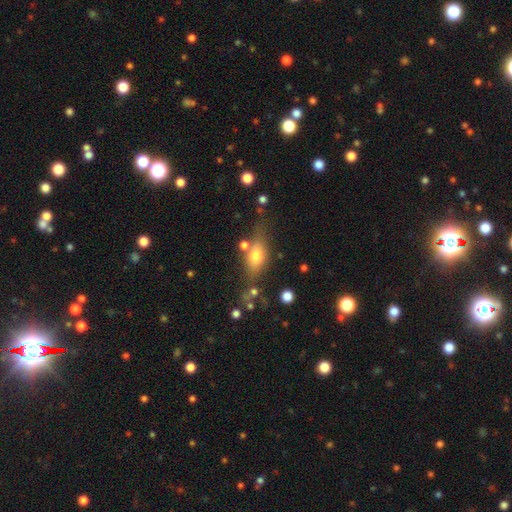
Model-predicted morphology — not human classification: Smooth or featured? Predicted: smooth (p=0.70). How rounded? Predicted: in between (p=0.77). Merging? Predicted: none (p=0.59).